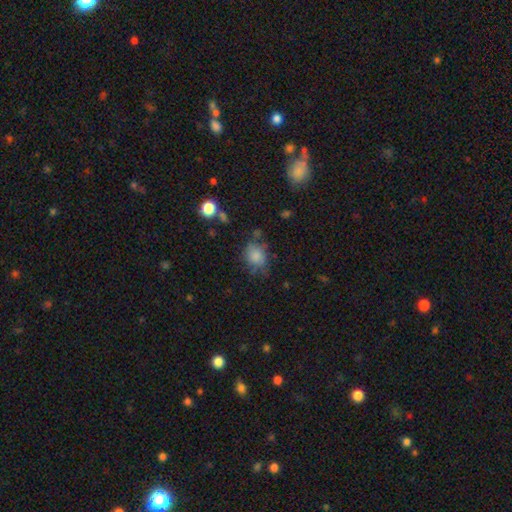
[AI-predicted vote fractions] The model was most divided on "how rounded": round: 59%, in between: 39%, cigar-shaped: 1%. More confident: smooth or featured — smooth (80%); merging — none (63%).